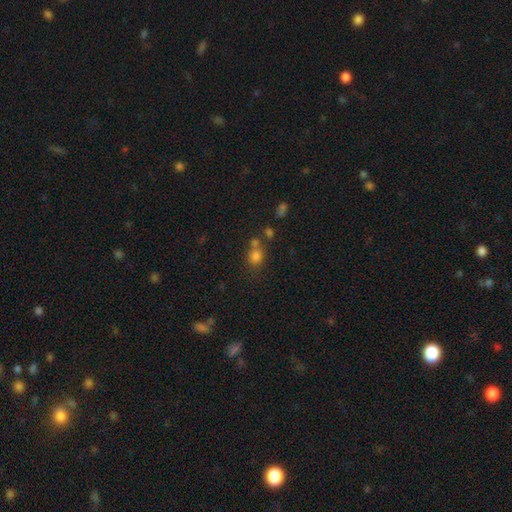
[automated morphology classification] smooth_or_featured: smooth (p=0.74) [alt: star or artifact p=0.18]
how_rounded: round (p=0.72) [alt: in between p=0.27]
merging: none (p=0.54) [alt: merger p=0.30]